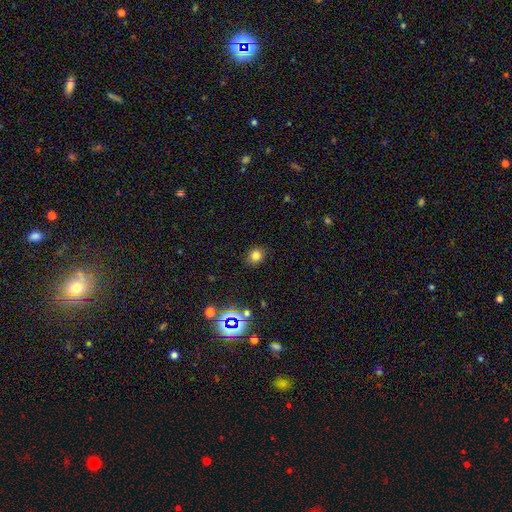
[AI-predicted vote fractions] A smooth galaxy with no disk features (76%) that is round (67%). Merging: none (88%).